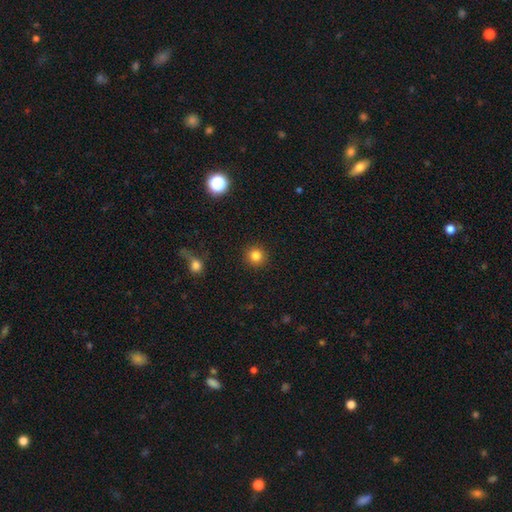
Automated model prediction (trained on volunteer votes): A smooth galaxy with no disk features (83%) that is round (94%).

Vote fractions:
- Smooth or featured? smooth: 83% / star or artifact: 12% / featured or disk: 5%
- How rounded? round: 94% / in between: 5% / cigar-shaped: 1%
- Merging? none: 91% / minor disturbance: 5% / major disturbance: 2% / merger: 1%